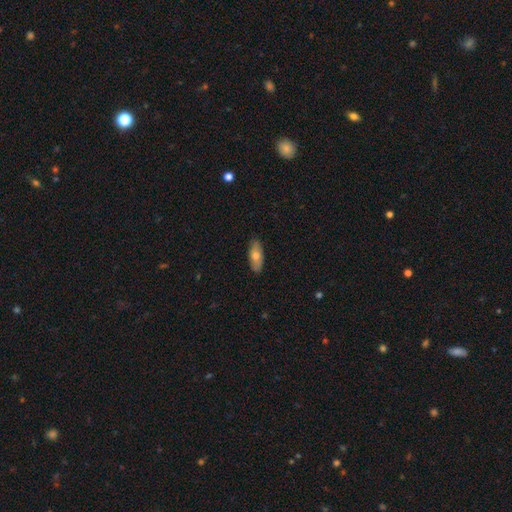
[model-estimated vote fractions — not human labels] This is likely a smooth galaxy (67%). How rounded: likely in between (72%). Merging: clearly none (88%).